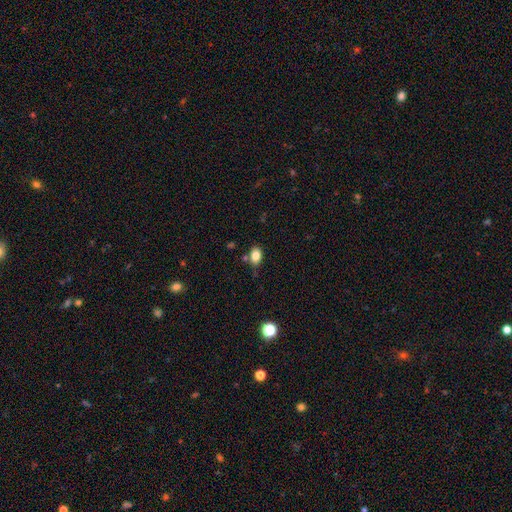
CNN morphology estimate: smooth-or-featured: smooth: 84% | star or artifact: 10% | featured or disk: 6%
  how-rounded: in between: 83% | round: 15% | cigar-shaped: 1%
  merging: none: 73% | minor disturbance: 15% | merger: 8% | major disturbance: 3%